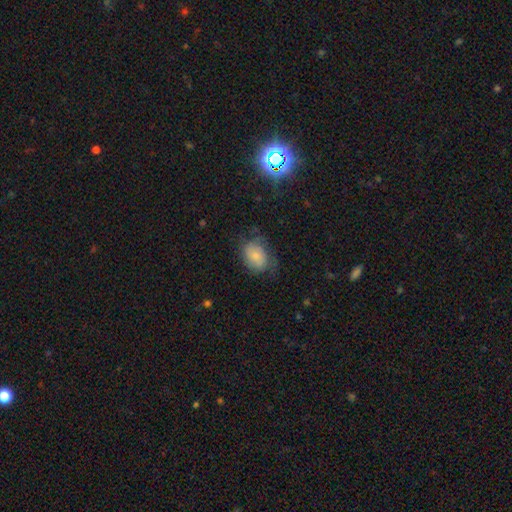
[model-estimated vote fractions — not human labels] Morphology: type=smooth (71%); roundness=in between (71%); merging=none (55%).